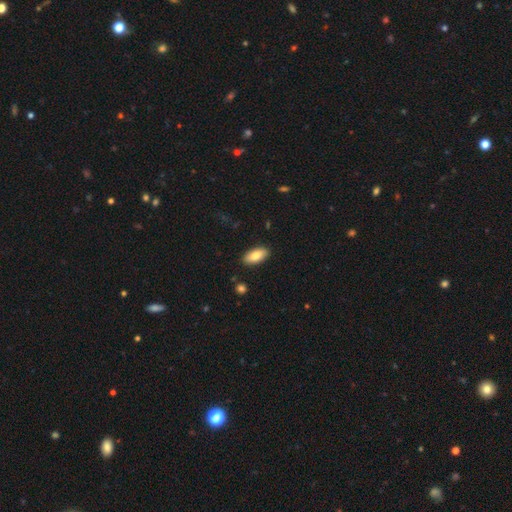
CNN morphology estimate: Overall: smooth (84%). How rounded: in between (89%). Merging: none (89%).